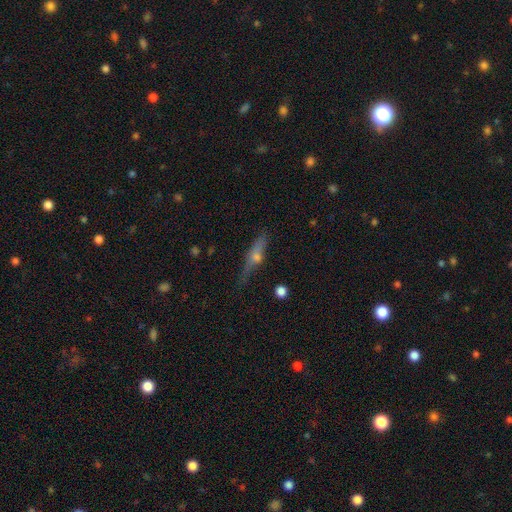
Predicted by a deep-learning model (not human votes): The model was most divided on "smooth or featured": featured or disk: 57%, smooth: 33%, star or artifact: 10%. More confident: edge-on disk — yes (92%); edge-on bulge — rounded (88%); merging — none (74%).